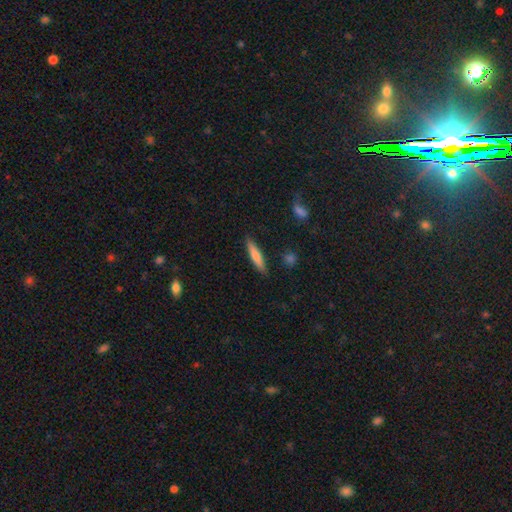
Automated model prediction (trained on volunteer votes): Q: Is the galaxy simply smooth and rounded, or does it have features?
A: smooth — 68%.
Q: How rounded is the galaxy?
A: cigar-shaped — 87%.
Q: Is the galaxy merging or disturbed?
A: none — 87%.